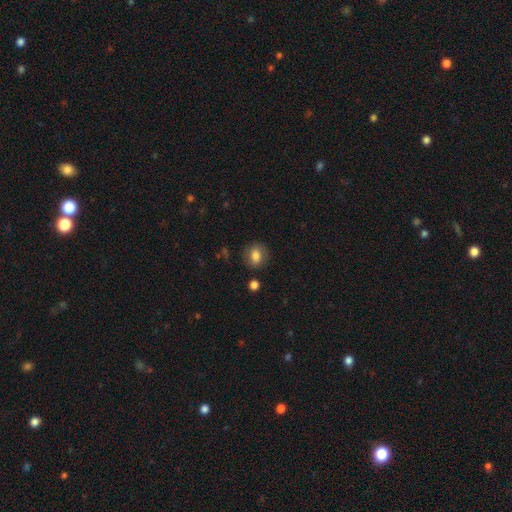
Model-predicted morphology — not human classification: Smooth or featured?
  - smooth: 78% *
  - featured or disk: 13%
  - star or artifact: 9%
How rounded?
  - round: 51% *
  - in between: 48%
  - cigar-shaped: 1%
Merging?
  - none: 81% *
  - minor disturbance: 13%
  - major disturbance: 5%
  - merger: 2%